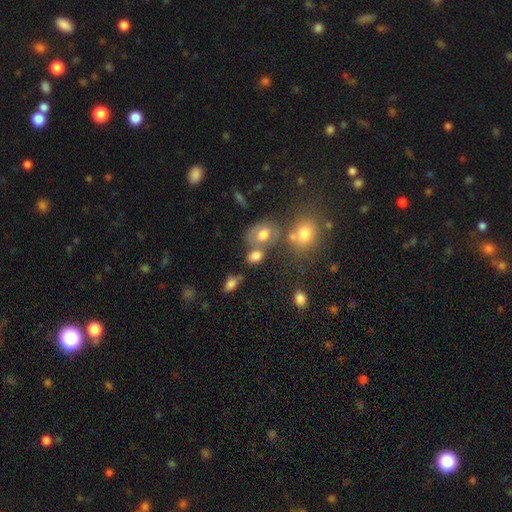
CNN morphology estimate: smooth-or-featured: smooth: 71% | featured or disk: 16% | star or artifact: 13%
  how-rounded: in between: 64% | round: 34% | cigar-shaped: 2%
  merging: none: 46% | merger: 30% | minor disturbance: 16% | major disturbance: 8%